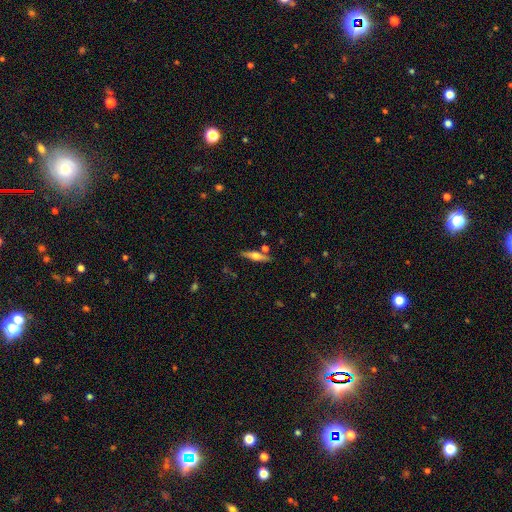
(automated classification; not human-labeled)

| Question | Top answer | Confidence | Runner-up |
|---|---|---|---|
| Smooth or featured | featured or disk | 56% | smooth (37%) |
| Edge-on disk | yes | 94% | no (6%) |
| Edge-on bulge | rounded | 92% | boxy (4%) |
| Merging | none | 79% | minor disturbance (11%) |